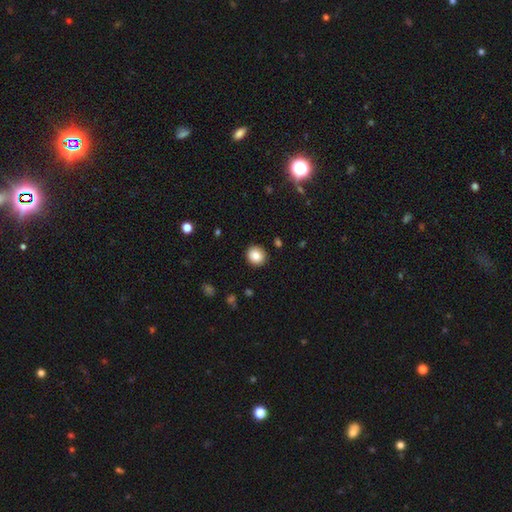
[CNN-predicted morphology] This is clearly a smooth galaxy (85%). How rounded: clearly round (88%). Merging: clearly none (90%).